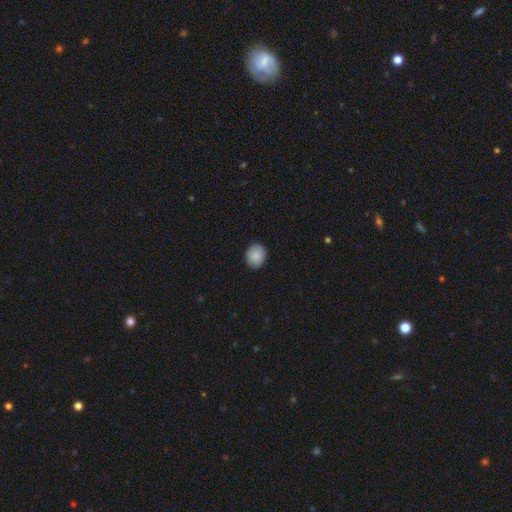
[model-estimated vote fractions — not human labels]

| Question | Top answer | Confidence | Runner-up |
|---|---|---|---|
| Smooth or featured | smooth | 89% | star or artifact (8%) |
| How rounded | round | 72% | in between (27%) |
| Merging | none | 88% | minor disturbance (9%) |